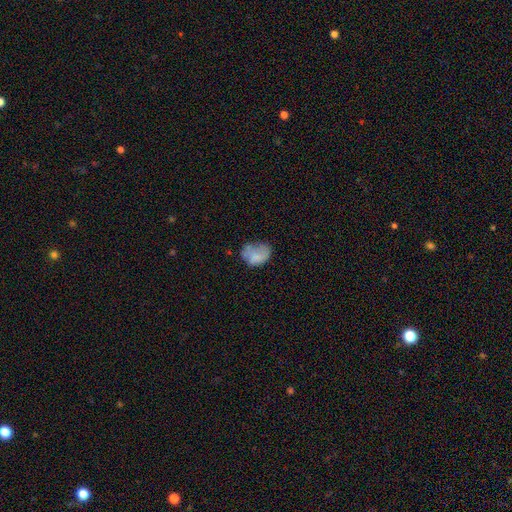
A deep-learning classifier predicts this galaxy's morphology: smooth-or-featured: smooth: 68% | featured or disk: 23% | star or artifact: 10%
  how-rounded: in between: 68% | round: 31% | cigar-shaped: 1%
  merging: none: 40% | minor disturbance: 32% | major disturbance: 23% | merger: 6%